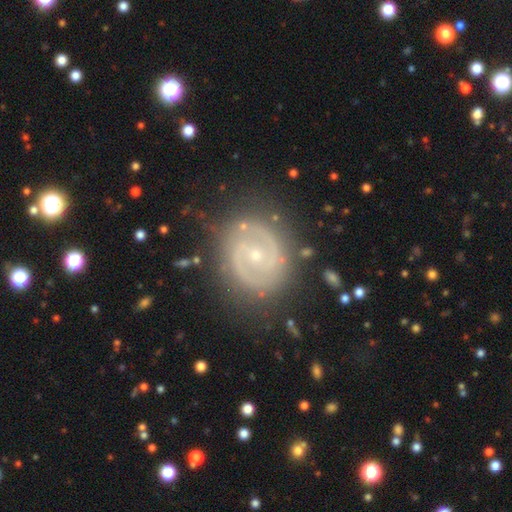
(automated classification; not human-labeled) Q: Smooth or featured?
A: featured or disk (86%); runner-up: smooth (8%)
Q: Edge-on disk?
A: no (98%); runner-up: yes (2%)
Q: Bar?
A: no (56%); runner-up: weak (33%)
Q: Spiral arms?
A: yes (94%); runner-up: no (6%)
Q: Spiral winding?
A: tight (55%); runner-up: medium (37%)
Q: Spiral arm count?
A: 2 (83%); runner-up: can't tell (7%)
Q: Bulge size?
A: small (73%); runner-up: moderate (24%)
Q: Merging?
A: none (80%); runner-up: minor disturbance (13%)